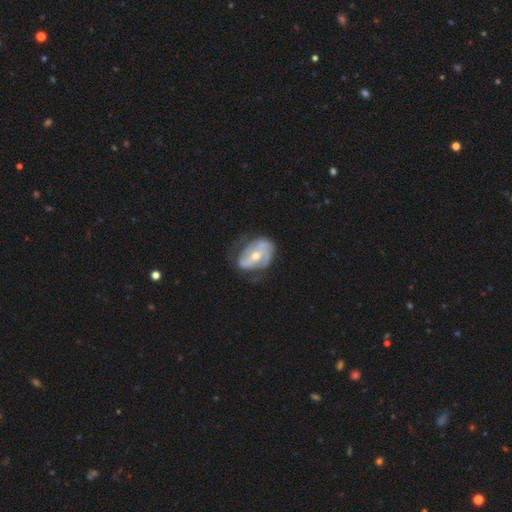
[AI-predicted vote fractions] featured or disk 75%, smooth 18%, star or artifact 6%. Down the decision tree: edge-on disk — no (95%); bar — no (36%); spiral arms — yes (78%); spiral arm count — 2 (61%); spiral winding — medium (37%, tied with tight); bulge size — moderate (59%); merging — none (54%).